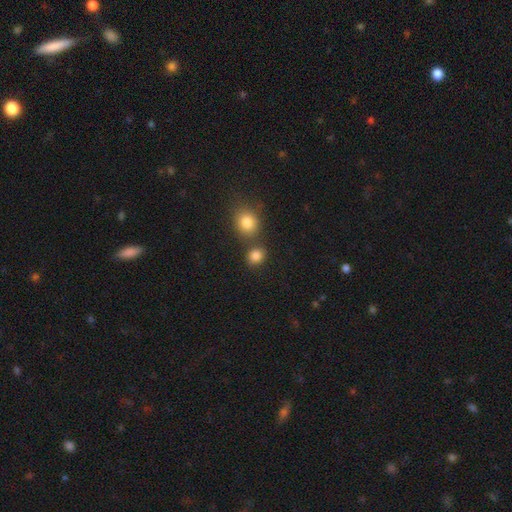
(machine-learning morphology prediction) Q: Smooth or featured?
A: smooth (83%); runner-up: star or artifact (12%)
Q: How rounded?
A: round (76%); runner-up: in between (23%)
Q: Merging?
A: none (65%); runner-up: merger (22%)